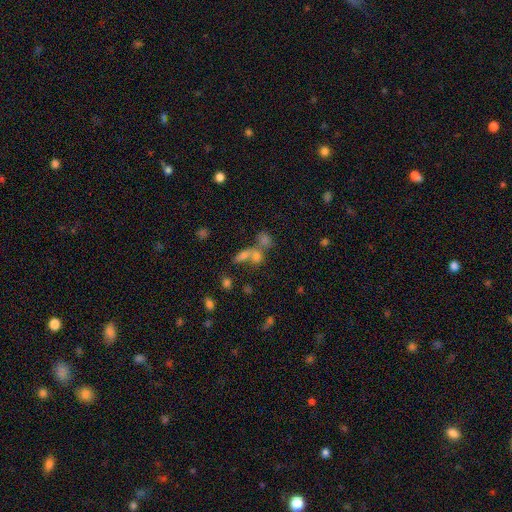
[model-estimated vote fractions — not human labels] Smooth or featured? smooth (66%)
How rounded? in between (55%)
Merging? merger (53%)